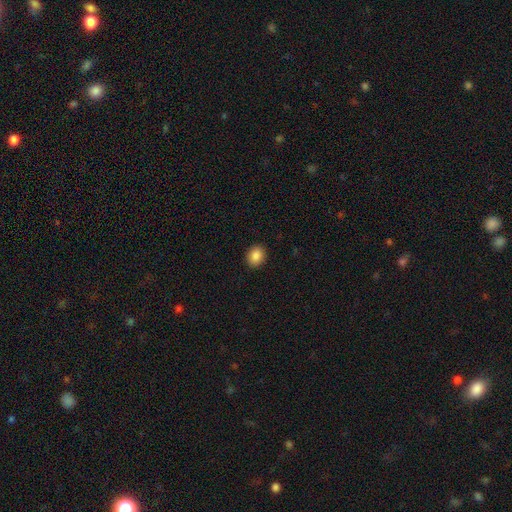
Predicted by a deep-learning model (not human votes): Smooth or featured: smooth — 87% (star or artifact — 9%)
How rounded: round — 53% (in between — 46%)
Merging: none — 91% (minor disturbance — 6%)